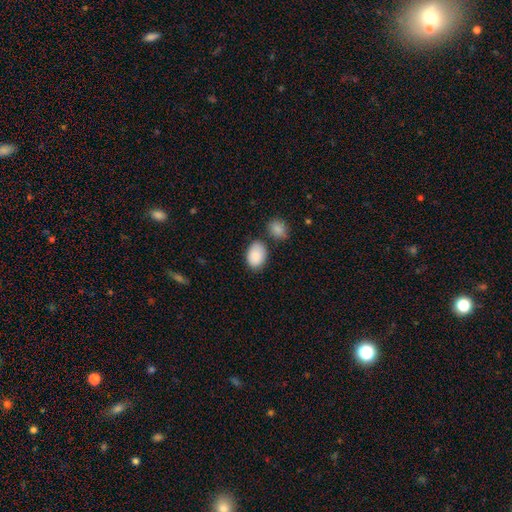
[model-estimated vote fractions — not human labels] A smooth galaxy with no disk features (89%) that is in between round and cigar-shaped (84%).

Vote fractions:
- Smooth or featured? smooth: 89% / star or artifact: 6% / featured or disk: 4%
- How rounded? in between: 84% / round: 15% / cigar-shaped: 1%
- Merging? none: 68% / minor disturbance: 18% / merger: 10% / major disturbance: 4%